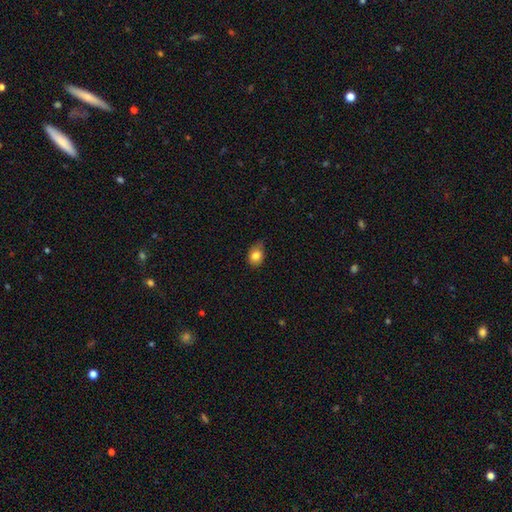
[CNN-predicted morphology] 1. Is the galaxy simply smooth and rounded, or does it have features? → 81% smooth, 9% featured or disk, 9% star or artifact.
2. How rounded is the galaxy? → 56% in between, 43% round, 1% cigar-shaped.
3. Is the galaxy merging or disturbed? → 61% none, 31% minor disturbance, 6% major disturbance, 1% merger.